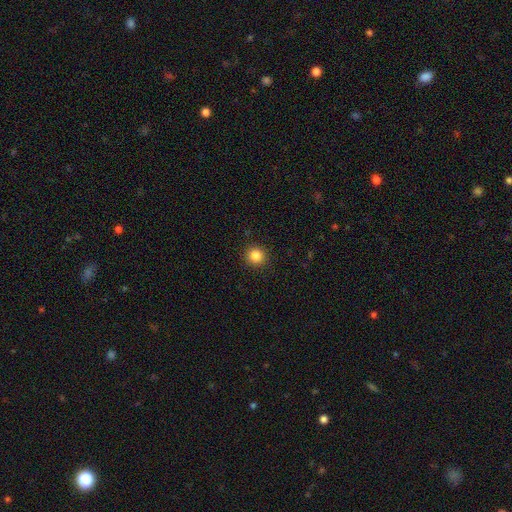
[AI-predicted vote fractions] Overall: smooth (85%). How rounded: round (94%). Merging: none (92%).